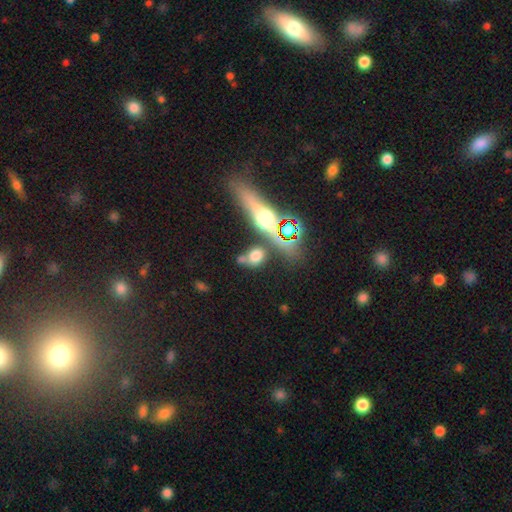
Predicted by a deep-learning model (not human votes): Smooth or featured?
  - smooth: 63% *
  - star or artifact: 21%
  - featured or disk: 16%
How rounded?
  - round: 47% *
  - in between: 45%
  - cigar-shaped: 8%
Merging?
  - none: 59% *
  - merger: 20%
  - minor disturbance: 14%
  - major disturbance: 6%